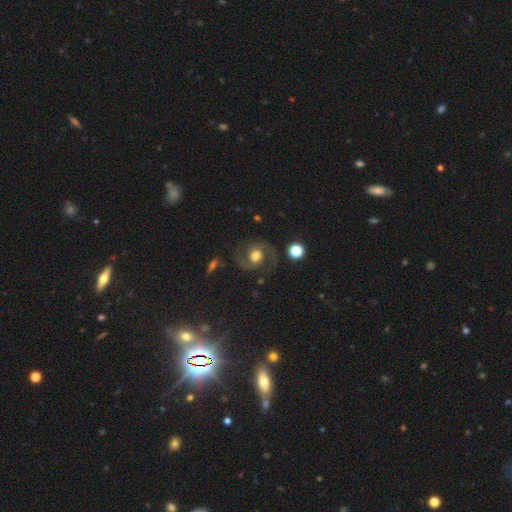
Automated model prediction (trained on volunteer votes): featured or disk 76%, smooth 16%, star or artifact 8%. Down the decision tree: edge-on disk — no (98%); bar — no (64%); spiral arms — yes (92%); spiral arm count — 2 (93%); spiral winding — medium (58%); bulge size — moderate (51%); merging — none (79%).